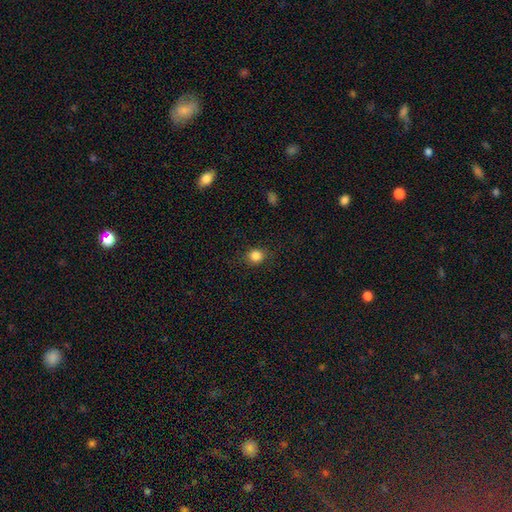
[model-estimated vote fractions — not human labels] The model was most divided on "how rounded": round: 82%, in between: 17%, cigar-shaped: 1%. More confident: merging — none (86%); smooth or featured — smooth (84%).